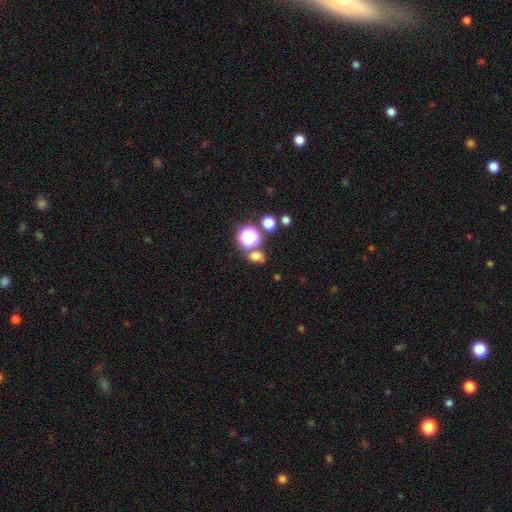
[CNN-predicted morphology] The model was most divided on "how rounded": round: 55%, in between: 43%, cigar-shaped: 2%. More confident: merging — none (63%); smooth or featured — smooth (61%).